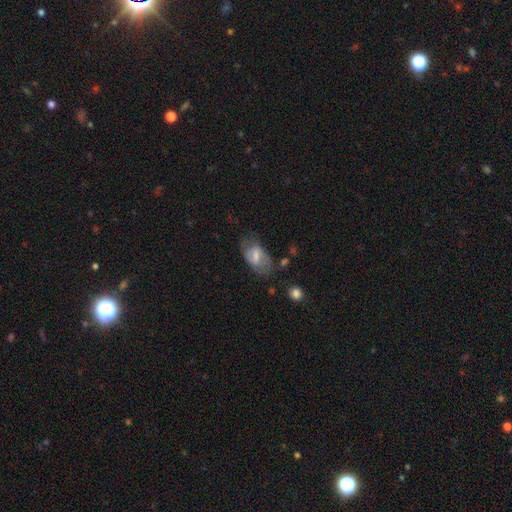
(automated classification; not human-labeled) Morphology: type=smooth (52%); roundness=in between (89%); merging=none (57%).